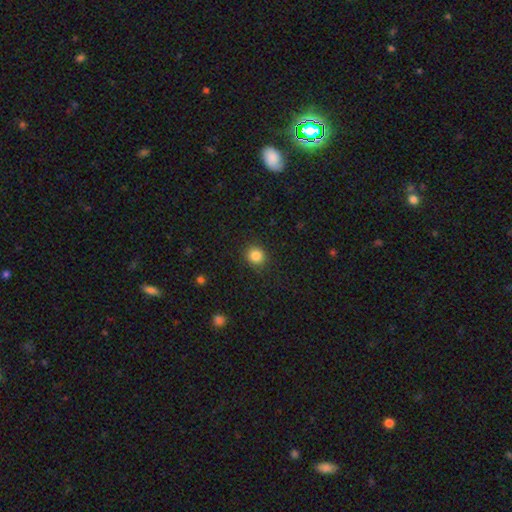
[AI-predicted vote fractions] This is clearly a smooth galaxy (84%). How rounded: clearly round (86%). Merging: clearly none (90%).